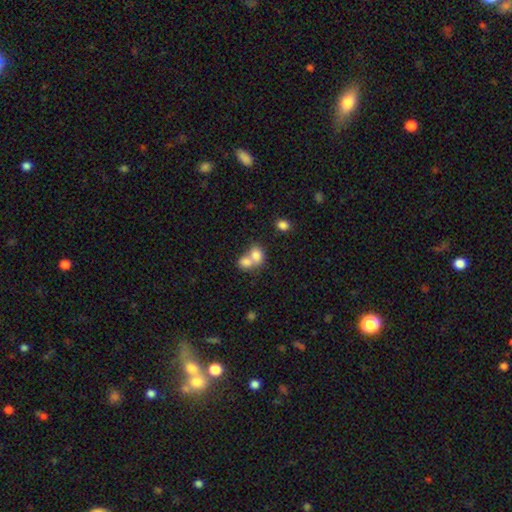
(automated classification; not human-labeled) Smooth or featured? Predicted: smooth (p=0.78). How rounded? Predicted: in between (p=0.54). Merging? Predicted: merger (p=0.69).